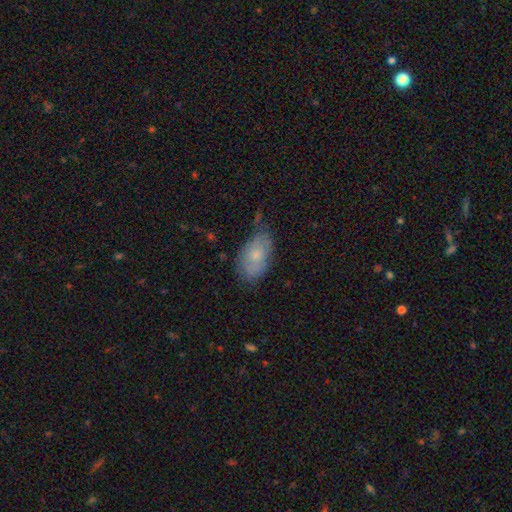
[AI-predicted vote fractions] A smooth galaxy with no disk features (68%) that is in between round and cigar-shaped (92%). Merging: none (52%).